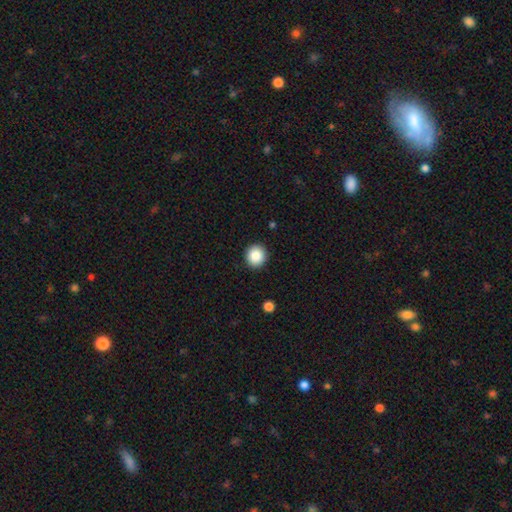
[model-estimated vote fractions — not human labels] Smooth or featured: smooth — 87% (star or artifact — 9%)
How rounded: round — 92% (in between — 7%)
Merging: none — 92% (minor disturbance — 5%)